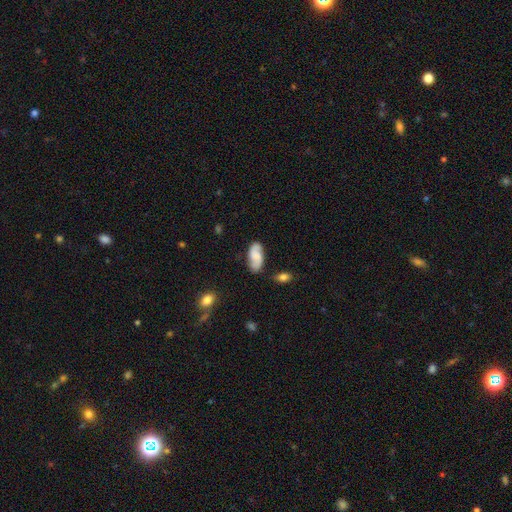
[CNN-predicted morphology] Smooth or featured: featured or disk — 49% (smooth — 43%)
Merging: none — 73% (minor disturbance — 18%)